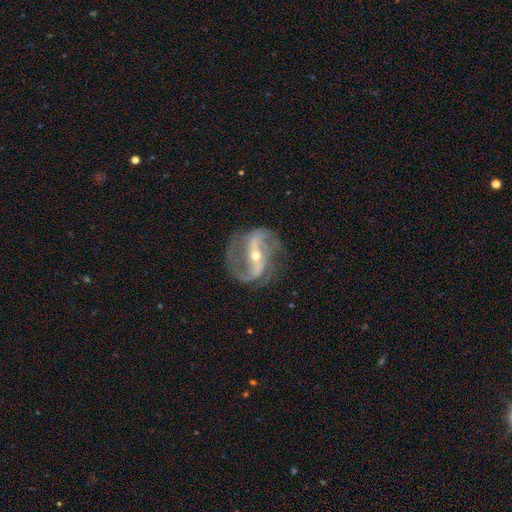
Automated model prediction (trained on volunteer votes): Smooth or featured? featured or disk (90%)
Edge-on disk? no (96%)
Bar? strong (57%)
Spiral arms? yes (96%)
Spiral winding? medium (44%)
Spiral arm count? 2 (85%)
Bulge size? small (57%)
Merging? none (73%)